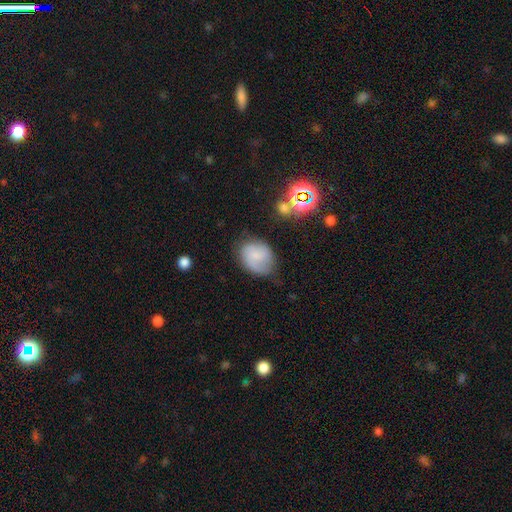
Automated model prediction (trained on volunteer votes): Smooth or featured?
  - smooth: 52% *
  - featured or disk: 38%
  - star or artifact: 10%
How rounded?
  - round: 50% *
  - in between: 49%
  - cigar-shaped: 1%
Merging?
  - none: 61% *
  - minor disturbance: 26%
  - major disturbance: 10%
  - merger: 3%